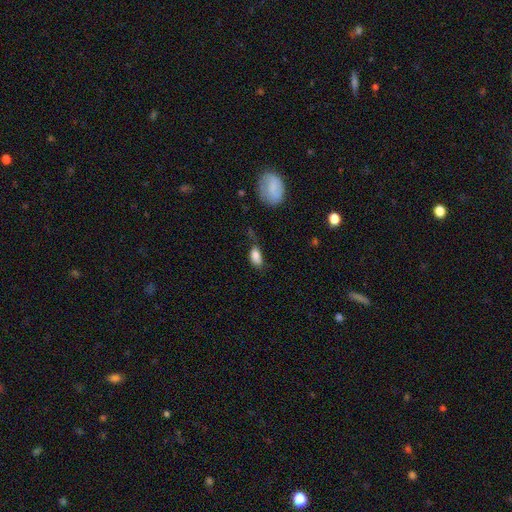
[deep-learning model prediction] smooth-or-featured: smooth: 83% | featured or disk: 9% | star or artifact: 8%
  how-rounded: in between: 90% | round: 5% | cigar-shaped: 5%
  merging: none: 45% | minor disturbance: 32% | major disturbance: 17% | merger: 6%